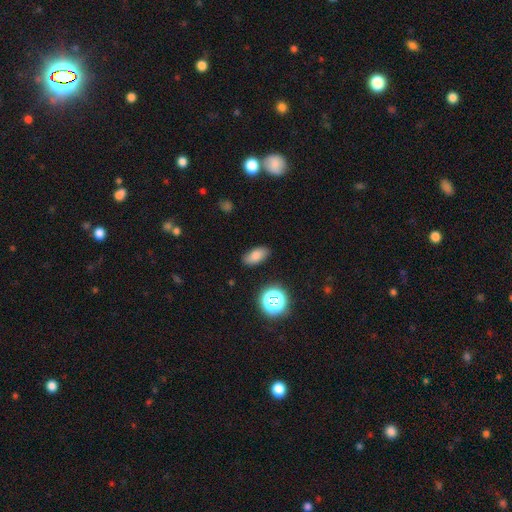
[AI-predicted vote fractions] Overall: smooth (78%). How rounded: in between (89%). Merging: none (85%).